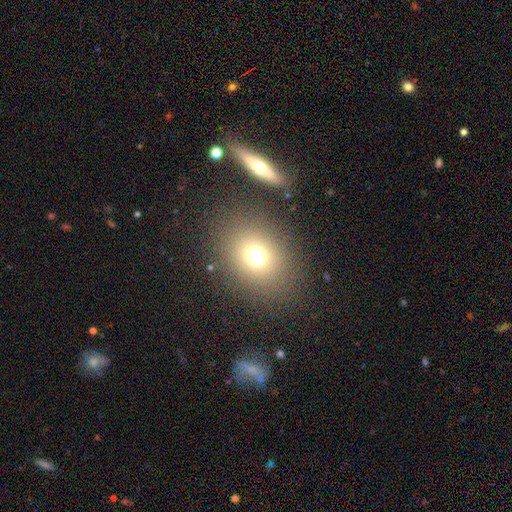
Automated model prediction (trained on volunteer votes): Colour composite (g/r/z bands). It shows a smooth galaxy with no disk features (70%) that is round (55%). Merging: none (81%).